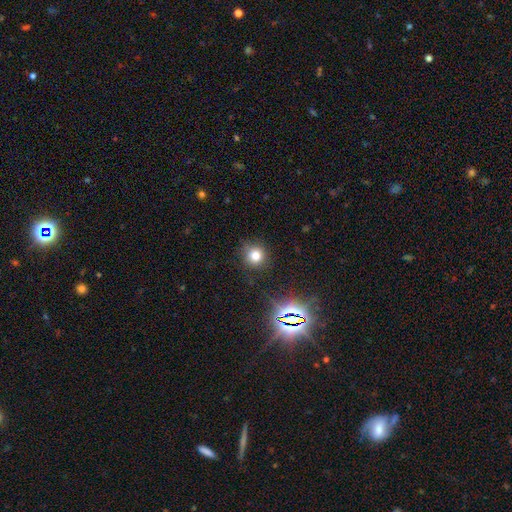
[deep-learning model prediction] Smooth or featured? Predicted: smooth (p=0.73). How rounded? Predicted: round (p=0.92). Merging? Predicted: none (p=0.87).